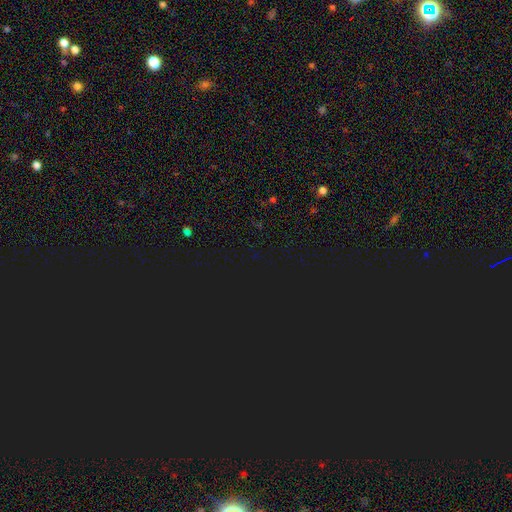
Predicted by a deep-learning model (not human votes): A star or artifact, not a galaxy (79%).

Vote fractions:
- Smooth or featured? star or artifact: 79% / smooth: 15% / featured or disk: 6%